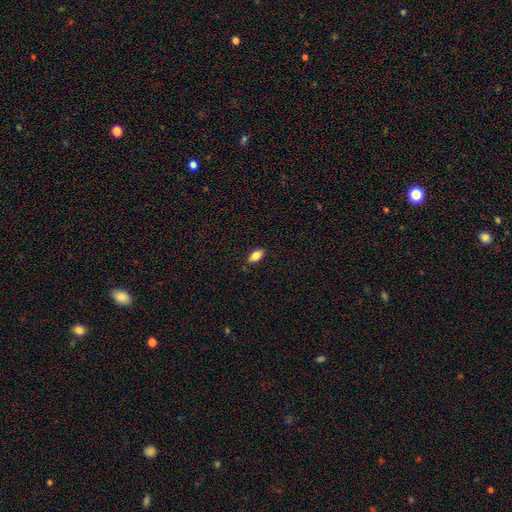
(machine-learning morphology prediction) A smooth galaxy with no disk features (83%) that is in between round and cigar-shaped (90%).

Vote fractions:
- Smooth or featured? smooth: 83% / featured or disk: 9% / star or artifact: 8%
- How rounded? in between: 90% / cigar-shaped: 6% / round: 4%
- Merging? none: 85% / minor disturbance: 11% / major disturbance: 2% / merger: 1%